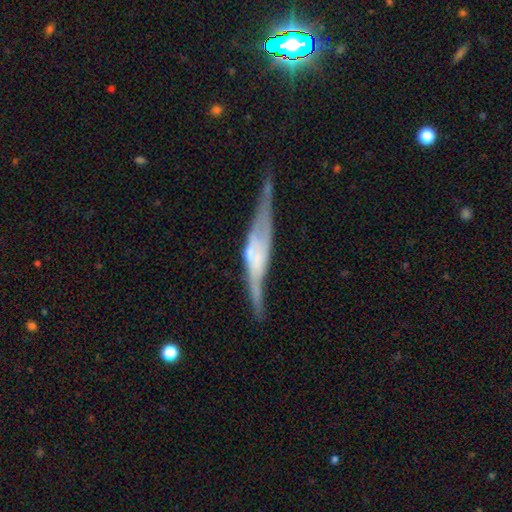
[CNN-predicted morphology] This appears to be a featured or disk galaxy (74%) viewed edge-on (83%) with a rounded central bulge (41%). Merging: none (50%).